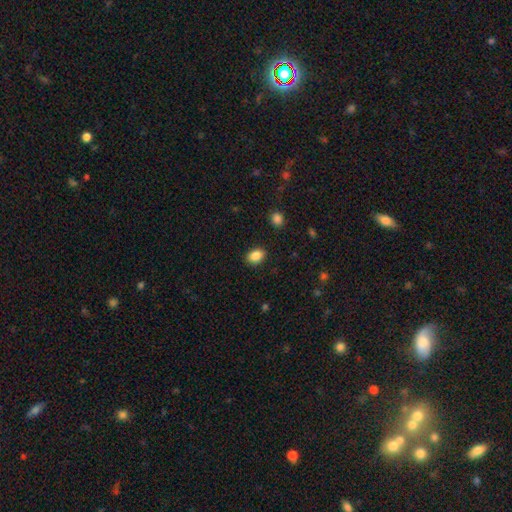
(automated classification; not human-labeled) smooth 87%, star or artifact 9%, featured or disk 4%. Down the decision tree: how rounded — in between (77%); merging — none (89%).